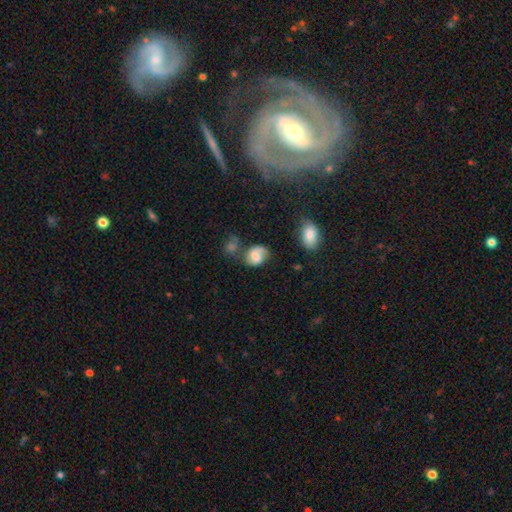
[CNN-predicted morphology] This is possibly a featured or disk galaxy (57%). It is clearly not viewed edge-on (97%). Bar: possibly no (48%). Spiral arm pattern: clearly yes (87%). Central bulge: marginally moderate (36%). Merging: marginally none (40%).